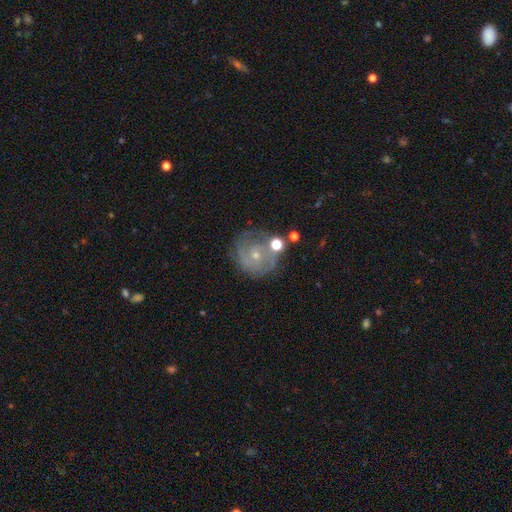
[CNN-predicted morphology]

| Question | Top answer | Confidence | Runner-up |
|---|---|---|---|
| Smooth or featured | featured or disk | 64% | smooth (25%) |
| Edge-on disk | no | 98% | yes (2%) |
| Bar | no | 75% | weak (21%) |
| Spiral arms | yes | 80% | no (20%) |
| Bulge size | small | 73% | moderate (22%) |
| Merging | none | 61% | minor disturbance (19%) |